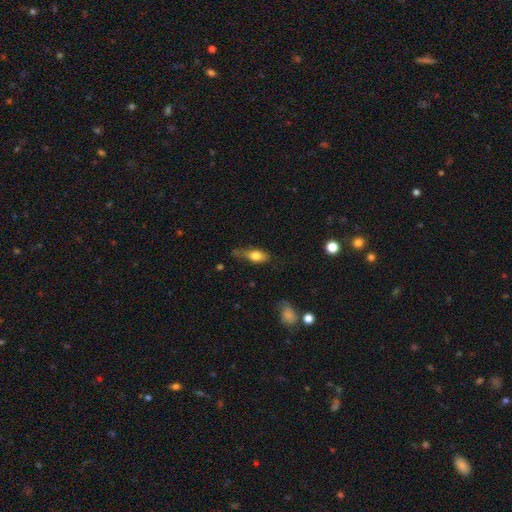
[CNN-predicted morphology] This appears to be a smooth galaxy with no disk features (73%) that is in between round and cigar-shaped (73%). Merging: none (48%).